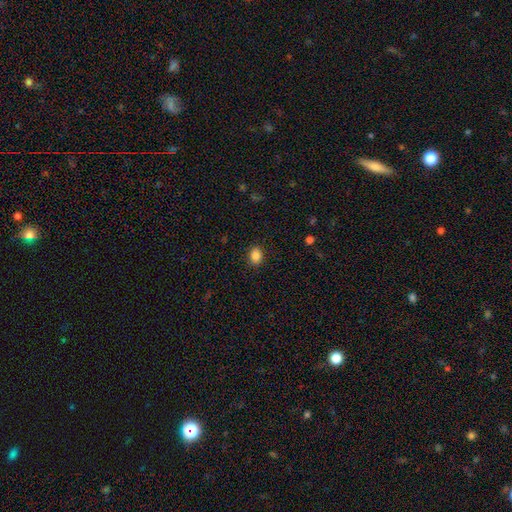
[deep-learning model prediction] Overall: smooth (85%). How rounded: in between (64%; round 35%). Merging: none (89%).